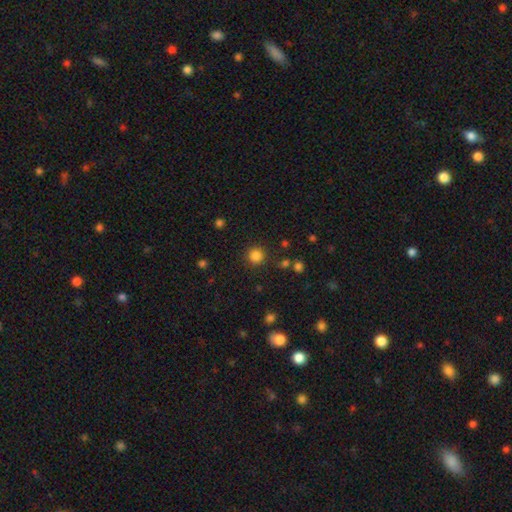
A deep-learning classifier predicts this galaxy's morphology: Smooth or featured? Predicted: smooth (p=0.83). How rounded? Predicted: round (p=0.94). Merging? Predicted: none (p=0.88).